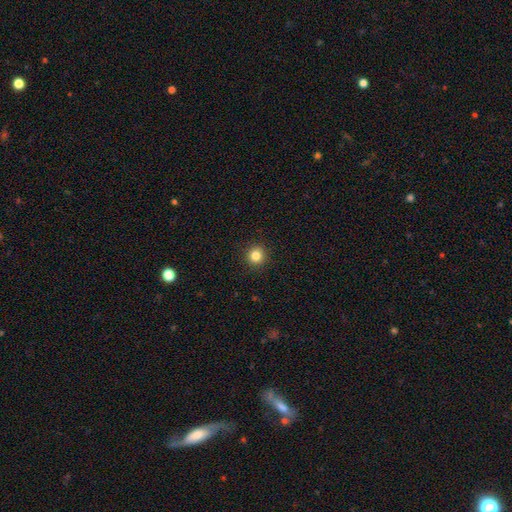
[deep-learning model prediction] Smooth or featured: smooth — 84% (star or artifact — 12%)
How rounded: round — 93% (in between — 7%)
Merging: none — 92% (minor disturbance — 5%)